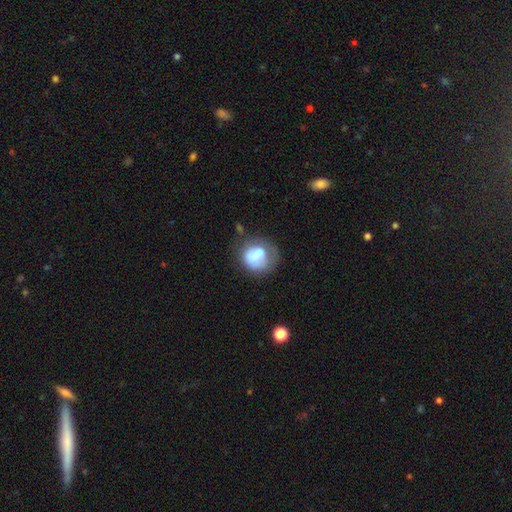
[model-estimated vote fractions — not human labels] Overall: smooth (67%). How rounded: round (74%). Merging: none (44%; minor disturbance 25%).